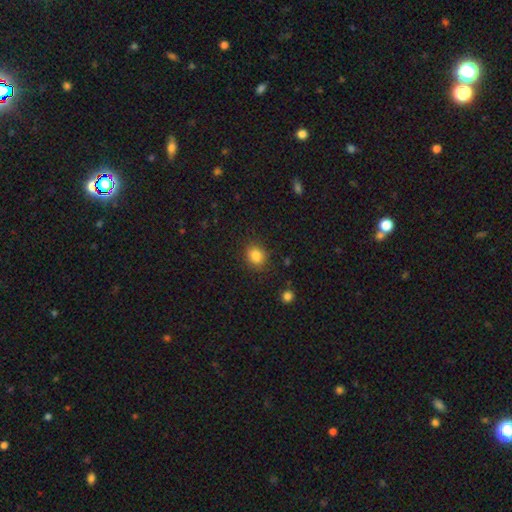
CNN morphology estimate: Smooth or featured?
  - smooth: 85% *
  - star or artifact: 10%
  - featured or disk: 5%
How rounded?
  - round: 60% *
  - in between: 39%
  - cigar-shaped: 1%
Merging?
  - none: 85% *
  - minor disturbance: 10%
  - major disturbance: 3%
  - merger: 2%